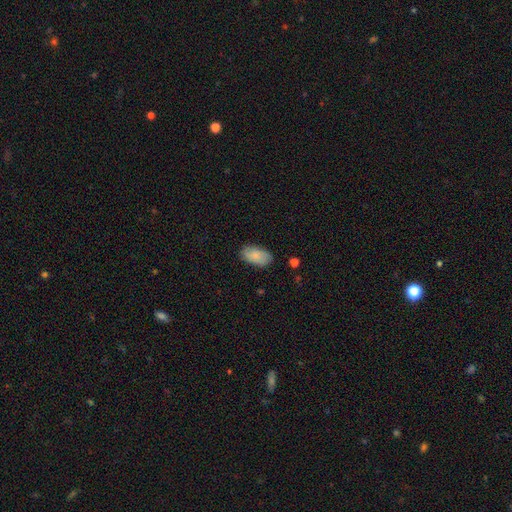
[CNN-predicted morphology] smooth 80%, featured or disk 14%, star or artifact 6%. Down the decision tree: how rounded — in between (94%); merging — none (81%).